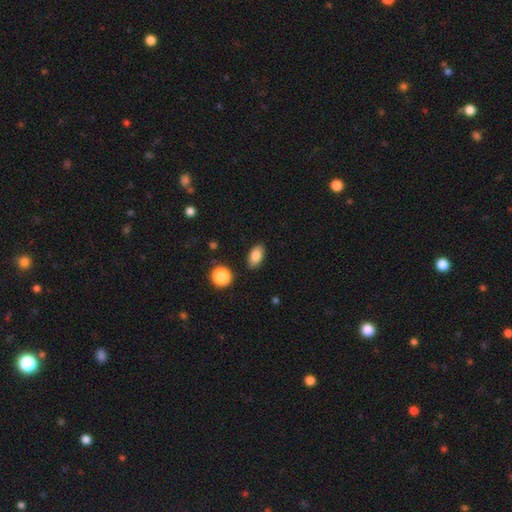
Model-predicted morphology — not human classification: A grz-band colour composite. It shows a smooth galaxy with no disk features (84%) that is in between round and cigar-shaped (90%). Merging: none (86%).